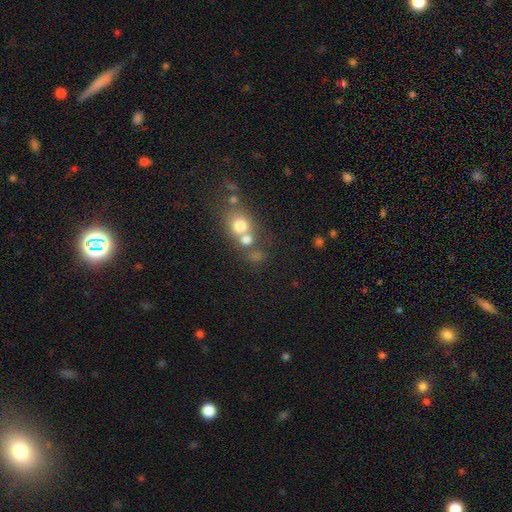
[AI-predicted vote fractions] Smooth or featured?
  - smooth: 60% *
  - star or artifact: 23%
  - featured or disk: 17%
How rounded?
  - round: 74% *
  - in between: 24%
  - cigar-shaped: 2%
Merging?
  - none: 45% *
  - merger: 42%
  - minor disturbance: 8%
  - major disturbance: 5%